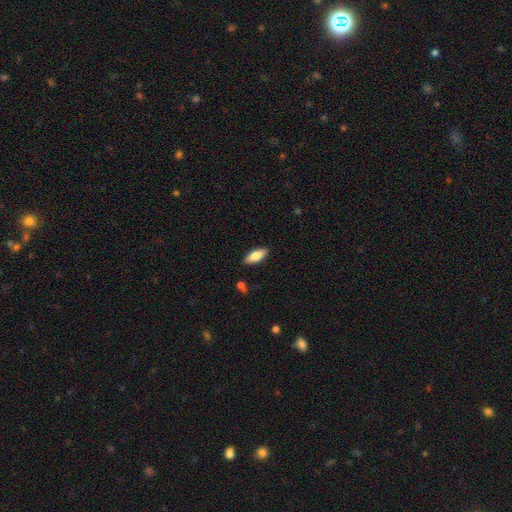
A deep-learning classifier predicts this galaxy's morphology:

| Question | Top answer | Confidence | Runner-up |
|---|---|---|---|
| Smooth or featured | smooth | 75% | featured or disk (19%) |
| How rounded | in between | 74% | cigar-shaped (23%) |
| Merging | none | 88% | minor disturbance (9%) |